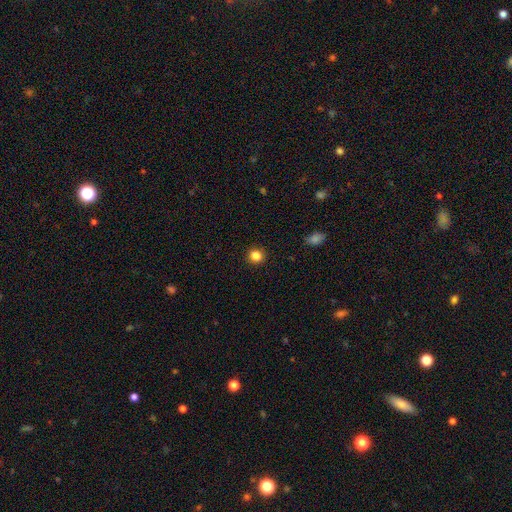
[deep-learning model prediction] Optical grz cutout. It shows a smooth galaxy with no disk features (84%) that is round (90%). Merging: none (92%).